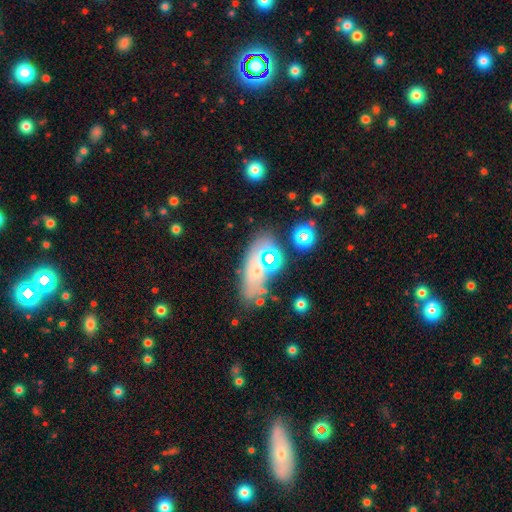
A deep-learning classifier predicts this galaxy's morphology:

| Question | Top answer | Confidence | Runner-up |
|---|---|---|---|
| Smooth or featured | smooth | 43% | featured or disk (32%) |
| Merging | none | 65% | minor disturbance (18%) |